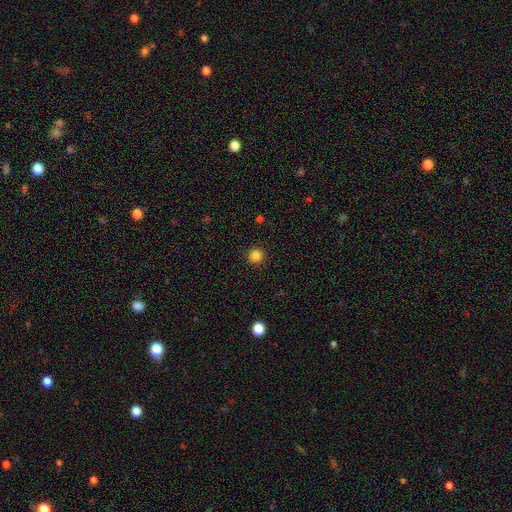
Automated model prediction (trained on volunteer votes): Q: Smooth or featured?
A: smooth (84%); runner-up: star or artifact (12%)
Q: How rounded?
A: round (95%); runner-up: in between (4%)
Q: Merging?
A: none (92%); runner-up: minor disturbance (5%)